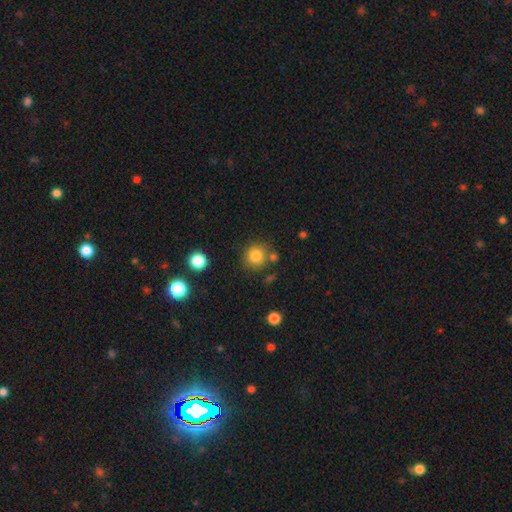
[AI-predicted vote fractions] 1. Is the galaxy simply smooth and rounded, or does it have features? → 83% smooth, 11% star or artifact, 6% featured or disk.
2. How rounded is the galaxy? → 90% round, 9% in between, 1% cigar-shaped.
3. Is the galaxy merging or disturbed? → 76% none, 11% minor disturbance, 9% merger, 4% major disturbance.